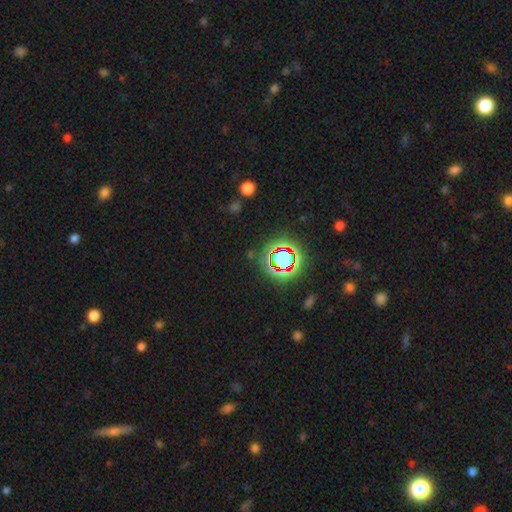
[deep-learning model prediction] smooth-or-featured: star or artifact: 73% | smooth: 18% | featured or disk: 9%